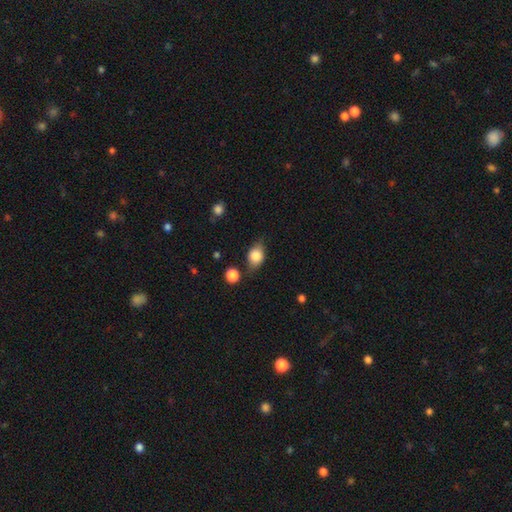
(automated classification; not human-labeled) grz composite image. It shows a smooth galaxy with no disk features (75%) that is in between round and cigar-shaped (71%). Merging: none (68%).